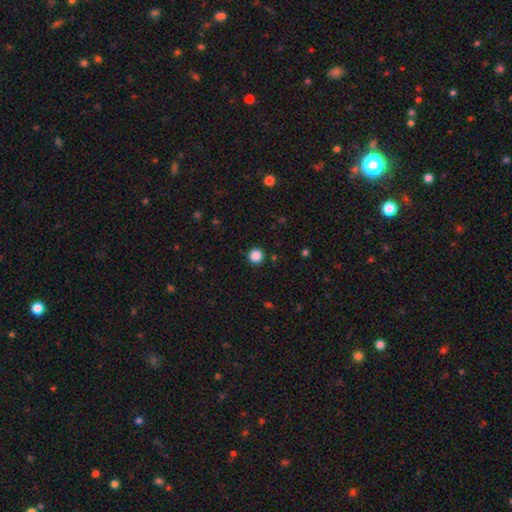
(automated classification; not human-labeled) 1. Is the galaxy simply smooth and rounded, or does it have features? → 87% smooth, 11% star or artifact, 2% featured or disk.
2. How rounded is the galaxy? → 95% round, 4% in between, 1% cigar-shaped.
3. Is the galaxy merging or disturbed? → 91% none, 5% minor disturbance, 2% major disturbance, 1% merger.